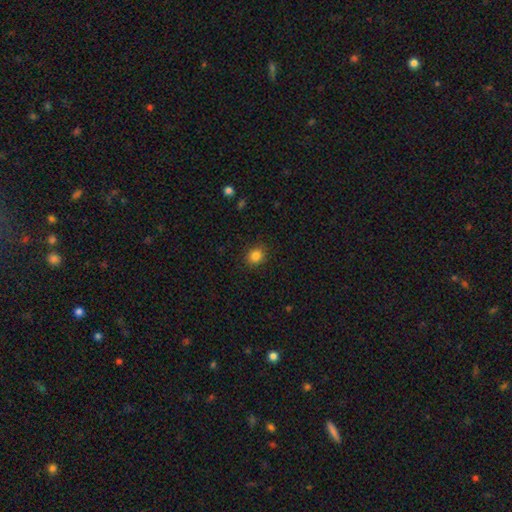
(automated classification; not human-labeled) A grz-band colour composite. It shows a smooth galaxy with no disk features (85%) that is round (68%). Merging: none (88%).